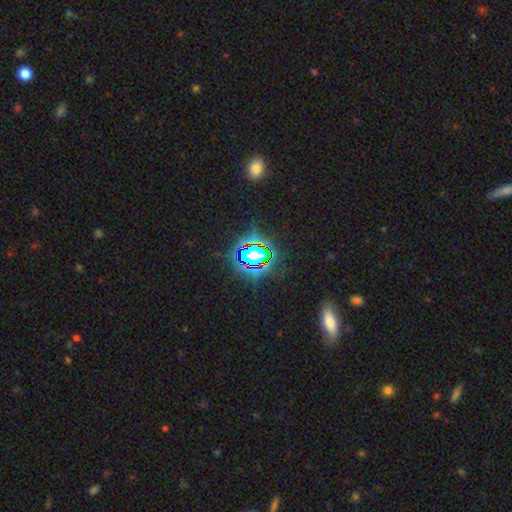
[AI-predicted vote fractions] This is likely a star or artifact rather than a galaxy (75%).